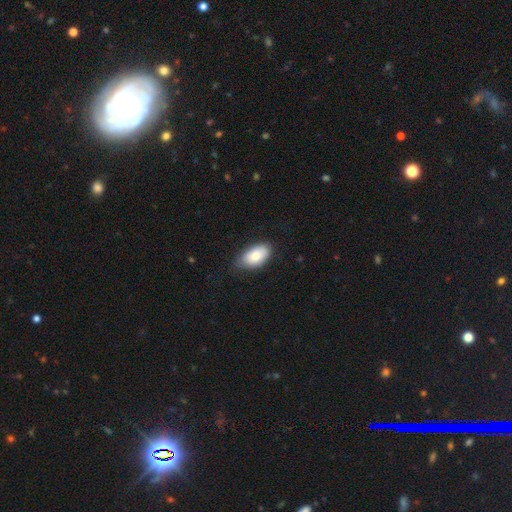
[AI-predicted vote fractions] Overall: smooth (80%). How rounded: in between (94%). Merging: none (74%).